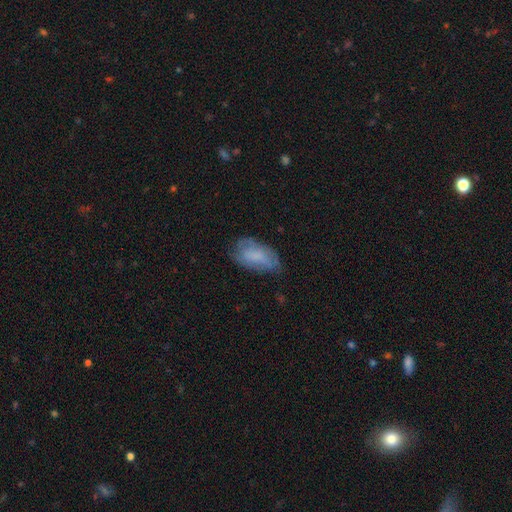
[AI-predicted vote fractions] This appears to be a smooth galaxy with no disk features (64%) that is in between round and cigar-shaped (92%). Merging: none (56%).